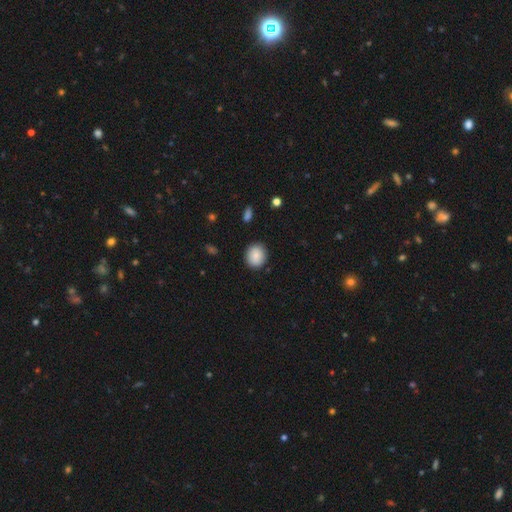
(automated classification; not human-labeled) The model was most divided on "how rounded": round: 74%, in between: 25%, cigar-shaped: 1%. More confident: merging — none (87%); smooth or featured — smooth (84%).